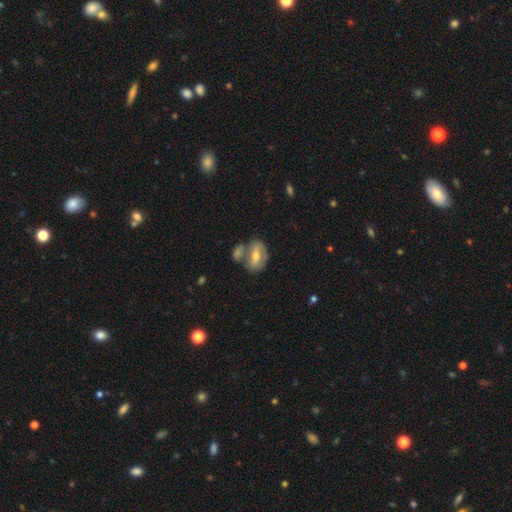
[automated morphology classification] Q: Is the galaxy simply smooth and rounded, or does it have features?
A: featured or disk — 47%.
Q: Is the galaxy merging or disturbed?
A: merger — 41%.